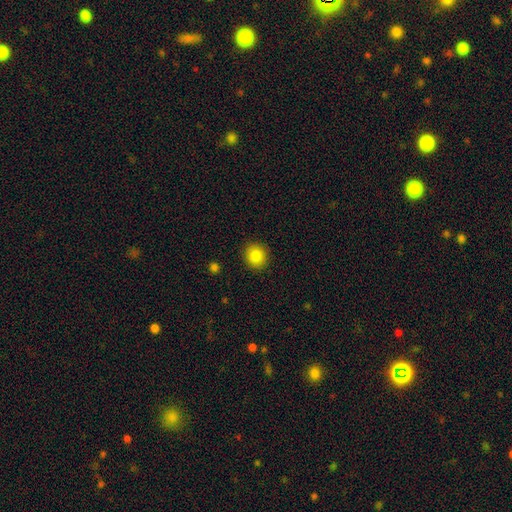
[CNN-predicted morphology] type=smooth (84%); roundness=round (89%); merging=none (91%).